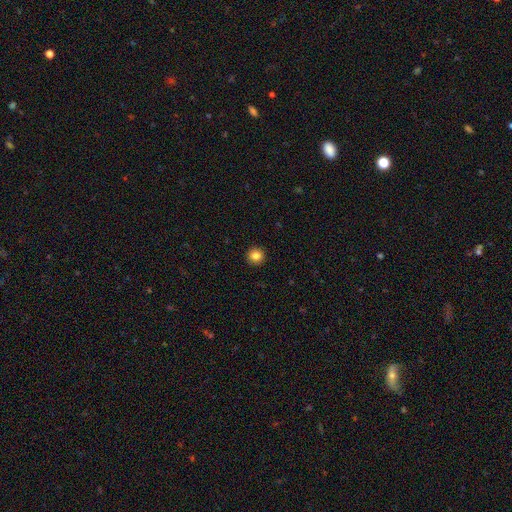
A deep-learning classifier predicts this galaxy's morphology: A smooth galaxy with no disk features (85%) that is round (92%).

Vote fractions:
- Smooth or featured? smooth: 85% / star or artifact: 10% / featured or disk: 5%
- How rounded? round: 92% / in between: 7% / cigar-shaped: 1%
- Merging? none: 93% / minor disturbance: 5% / major disturbance: 2% / merger: 1%